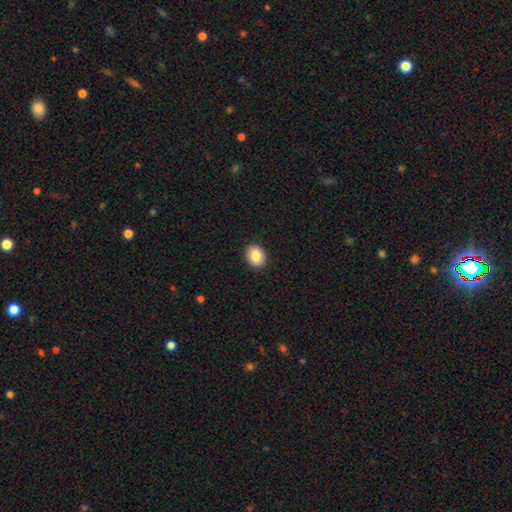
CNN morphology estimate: A smooth galaxy with no disk features (86%) that is in between round and cigar-shaped (57%).

Vote fractions:
- Smooth or featured? smooth: 86% / star or artifact: 8% / featured or disk: 6%
- How rounded? in between: 57% / round: 43% / cigar-shaped: 1%
- Merging? none: 91% / minor disturbance: 6% / major disturbance: 2% / merger: 1%